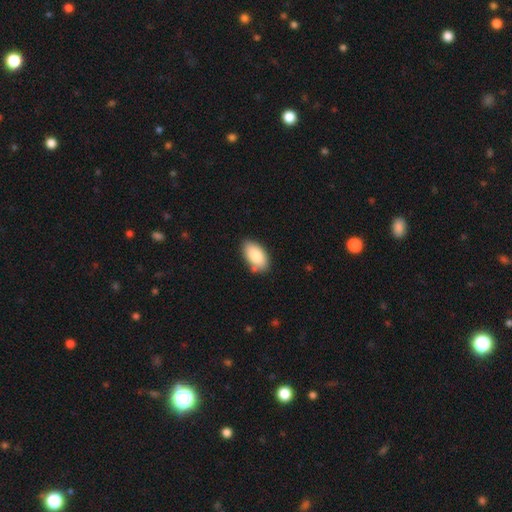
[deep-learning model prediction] Smooth or featured?
  - smooth: 85% *
  - featured or disk: 9%
  - star or artifact: 6%
How rounded?
  - in between: 95% *
  - round: 3%
  - cigar-shaped: 2%
Merging?
  - none: 78% *
  - minor disturbance: 16%
  - merger: 3%
  - major disturbance: 3%